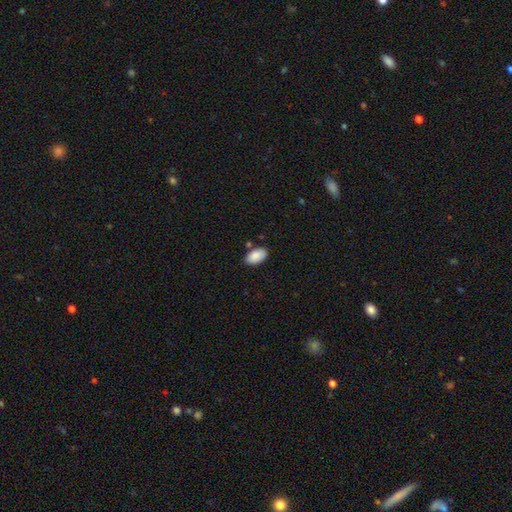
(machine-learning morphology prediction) The model was most divided on "merging": none: 81%, minor disturbance: 12%, merger: 4%, major disturbance: 3%. More confident: how rounded — in between (95%); smooth or featured — smooth (89%).